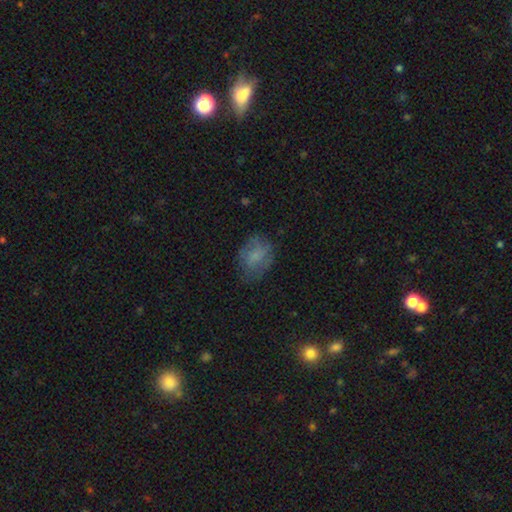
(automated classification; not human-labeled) A smooth galaxy with no disk features (60%) that is in between round and cigar-shaped (65%). Merging: none (62%).